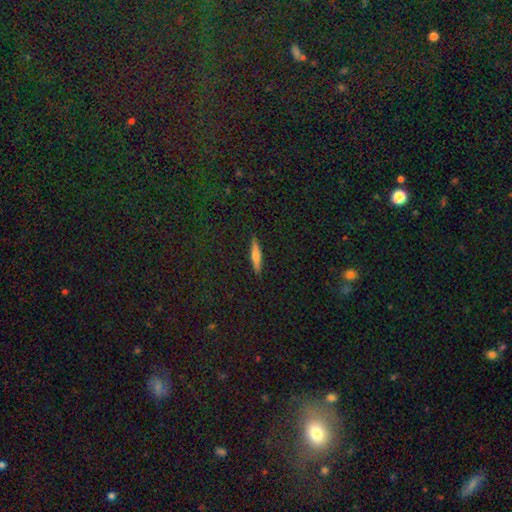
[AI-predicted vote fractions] Smooth or featured: smooth — 55% (featured or disk — 38%)
How rounded: cigar-shaped — 85% (in between — 13%)
Merging: none — 91% (minor disturbance — 7%)